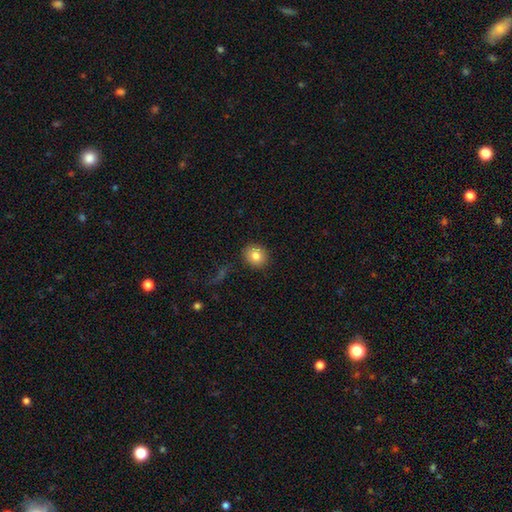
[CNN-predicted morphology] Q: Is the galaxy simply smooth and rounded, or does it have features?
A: smooth — 80%.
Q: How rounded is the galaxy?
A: round — 78%.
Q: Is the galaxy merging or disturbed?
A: none — 88%.